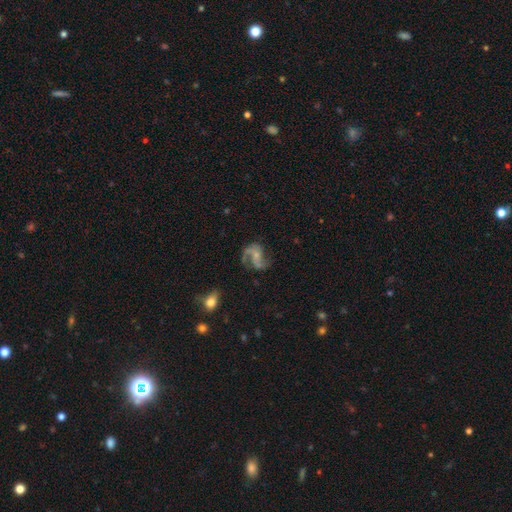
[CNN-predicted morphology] Q: Smooth or featured?
A: featured or disk (83%); runner-up: smooth (10%)
Q: Edge-on disk?
A: no (98%); runner-up: yes (2%)
Q: Bar?
A: no (55%); runner-up: weak (34%)
Q: Spiral arms?
A: yes (94%); runner-up: no (6%)
Q: Spiral winding?
A: loose (53%); runner-up: medium (39%)
Q: Spiral arm count?
A: 2 (80%); runner-up: 3 (7%)
Q: Bulge size?
A: small (62%); runner-up: moderate (20%)
Q: Merging?
A: none (53%); runner-up: major disturbance (22%)